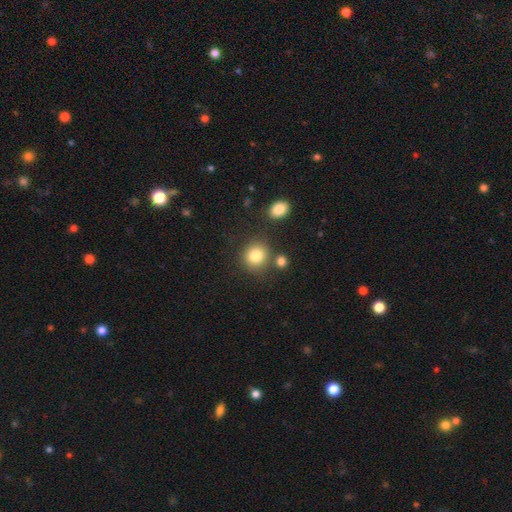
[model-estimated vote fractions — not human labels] Smooth or featured?
  - smooth: 82% *
  - star or artifact: 11%
  - featured or disk: 7%
How rounded?
  - round: 86% *
  - in between: 14%
  - cigar-shaped: 1%
Merging?
  - none: 77% *
  - merger: 9%
  - minor disturbance: 9%
  - major disturbance: 4%